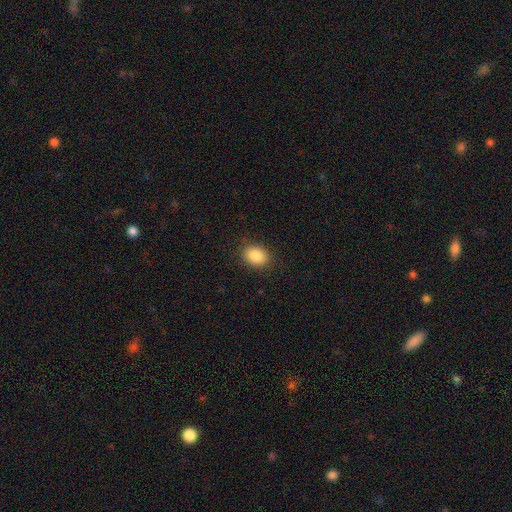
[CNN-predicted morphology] Smooth or featured: smooth — 87% (star or artifact — 9%)
How rounded: in between — 64% (round — 35%)
Merging: none — 88% (minor disturbance — 9%)